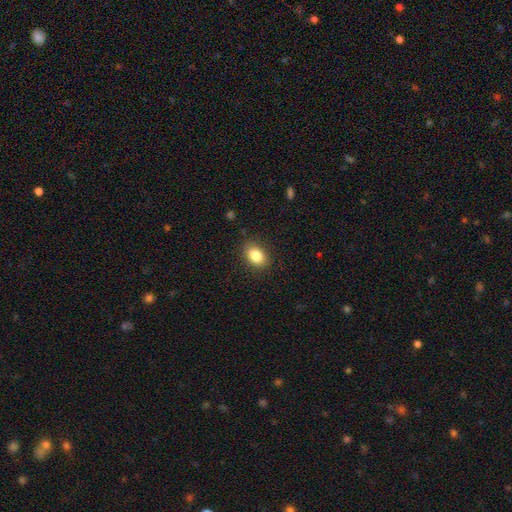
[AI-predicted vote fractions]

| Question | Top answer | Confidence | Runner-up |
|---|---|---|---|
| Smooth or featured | smooth | 85% | star or artifact (9%) |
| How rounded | in between | 77% | round (22%) |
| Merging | none | 86% | minor disturbance (10%) |